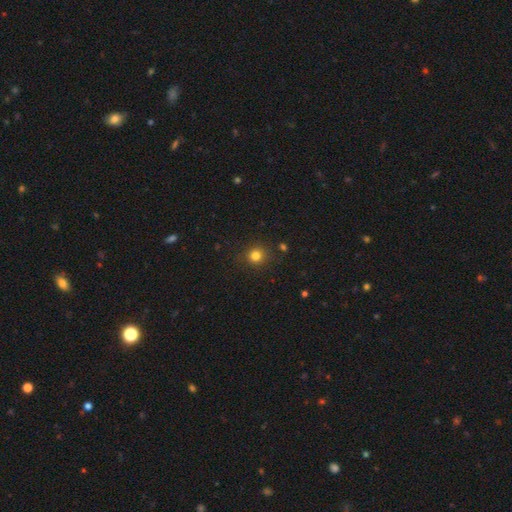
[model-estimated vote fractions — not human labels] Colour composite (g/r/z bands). It shows a smooth galaxy with no disk features (81%) that is round (91%). Merging: none (88%).